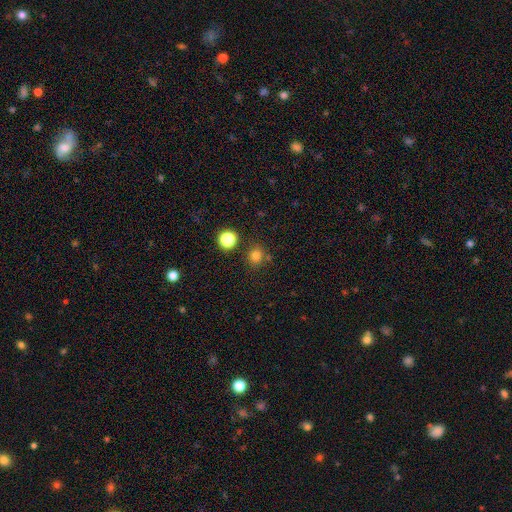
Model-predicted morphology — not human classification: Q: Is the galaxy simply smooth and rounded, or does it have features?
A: smooth — 77%.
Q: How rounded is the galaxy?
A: round — 84%.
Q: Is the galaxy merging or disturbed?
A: none — 79%.